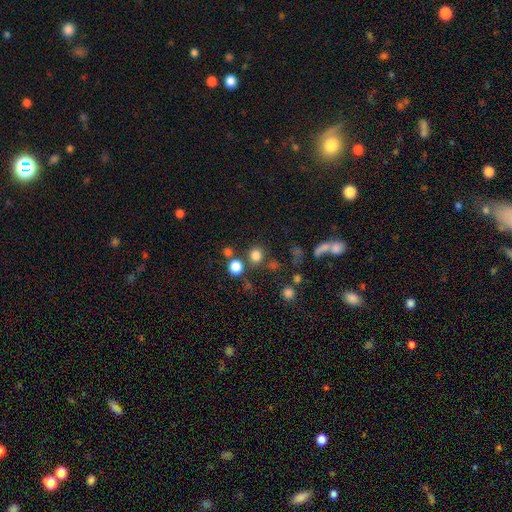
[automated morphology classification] Overall: smooth (78%). How rounded: round (87%). Merging: none (74%).